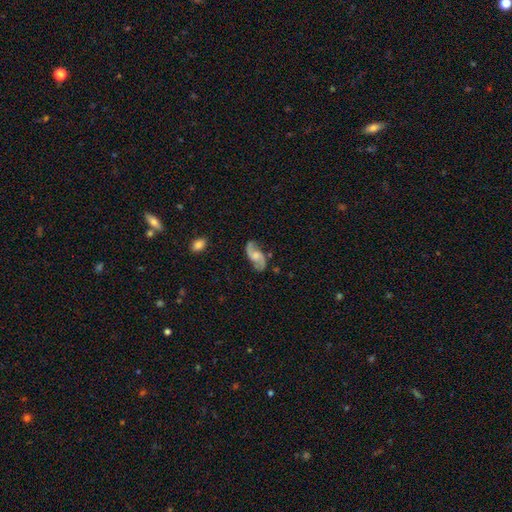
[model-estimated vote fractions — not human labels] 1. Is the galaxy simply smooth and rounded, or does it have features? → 80% featured or disk, 14% smooth, 6% star or artifact.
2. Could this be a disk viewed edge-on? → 96% no, 4% yes.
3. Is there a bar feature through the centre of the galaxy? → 54% no, 38% weak, 8% strong.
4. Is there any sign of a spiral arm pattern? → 96% yes, 4% no.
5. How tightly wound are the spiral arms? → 51% loose, 39% medium, 10% tight.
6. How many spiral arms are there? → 93% 2, 3% can't tell, 2% 1, 1% 3, 1% 4, 1% more than 4.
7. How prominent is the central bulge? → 39% moderate, 31% small, 20% none, 9% large, 2% dominant.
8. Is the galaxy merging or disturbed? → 78% none, 15% minor disturbance, 5% major disturbance, 2% merger.